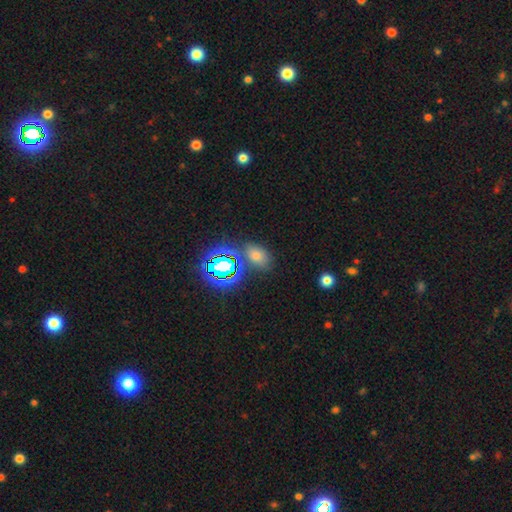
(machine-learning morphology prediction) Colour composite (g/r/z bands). It shows a smooth galaxy with no disk features (55%) that is in between round and cigar-shaped (78%). Merging: none (74%).